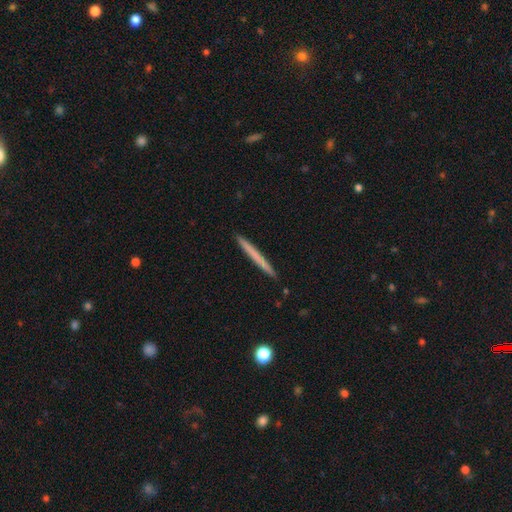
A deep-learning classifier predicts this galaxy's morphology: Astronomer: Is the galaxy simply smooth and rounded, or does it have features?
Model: smooth — 60%.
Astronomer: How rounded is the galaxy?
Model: cigar-shaped — 97%.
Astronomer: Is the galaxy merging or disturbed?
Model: none — 93%.